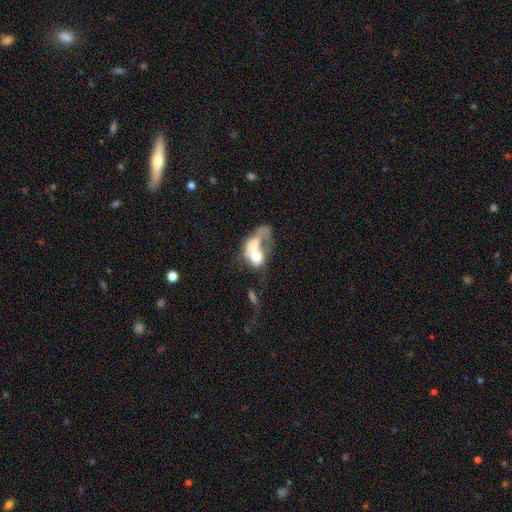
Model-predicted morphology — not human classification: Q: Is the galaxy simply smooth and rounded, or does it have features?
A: smooth — 49%.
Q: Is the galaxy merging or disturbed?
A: merger — 66%.